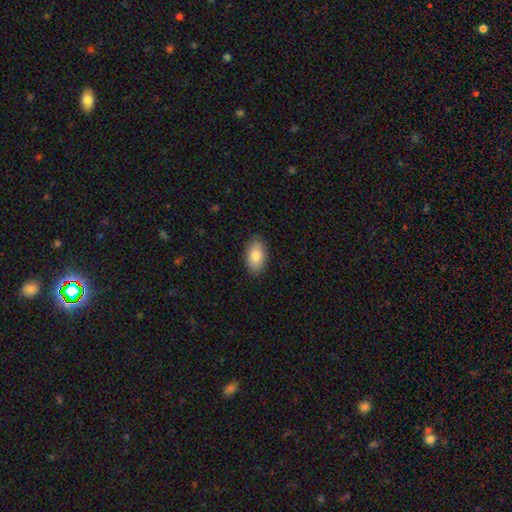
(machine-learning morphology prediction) A smooth galaxy with no disk features (83%) that is in between round and cigar-shaped (94%). Merging: none (87%).